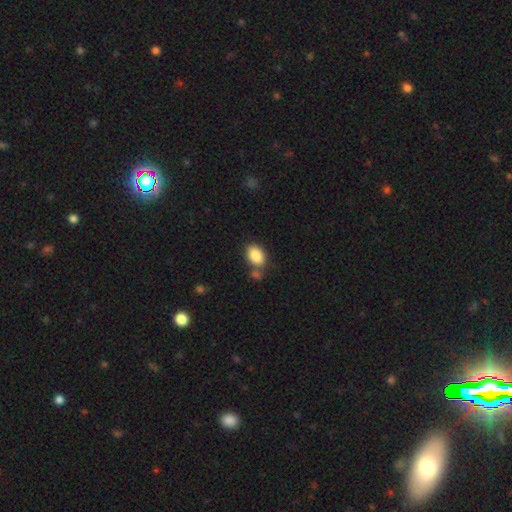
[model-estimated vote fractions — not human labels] Overall: smooth (87%). How rounded: in between (83%). Merging: none (65%).